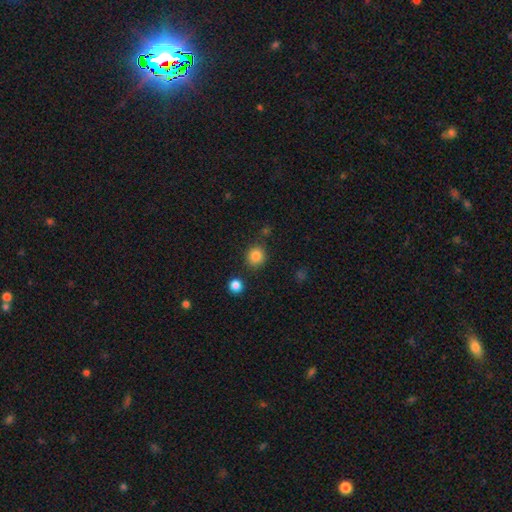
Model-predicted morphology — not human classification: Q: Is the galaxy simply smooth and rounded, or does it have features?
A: smooth — 84%.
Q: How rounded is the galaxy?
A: round — 86%.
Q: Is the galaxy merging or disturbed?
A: none — 83%.